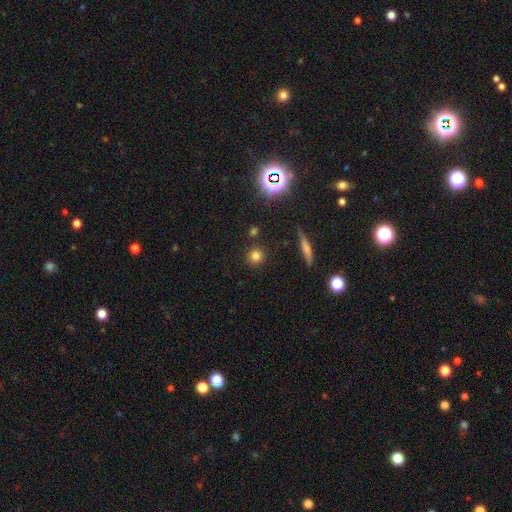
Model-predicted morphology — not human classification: Smooth or featured? Predicted: smooth (p=0.76). How rounded? Predicted: round (p=0.90). Merging? Predicted: none (p=0.86).